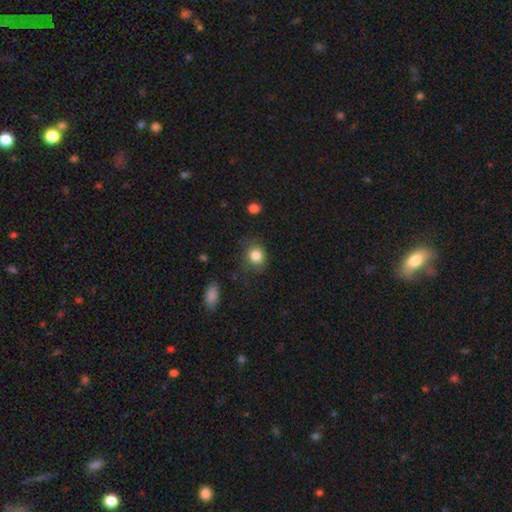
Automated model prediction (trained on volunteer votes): Q: Smooth or featured?
A: smooth (84%); runner-up: star or artifact (9%)
Q: How rounded?
A: round (76%); runner-up: in between (23%)
Q: Merging?
A: none (74%); runner-up: minor disturbance (18%)